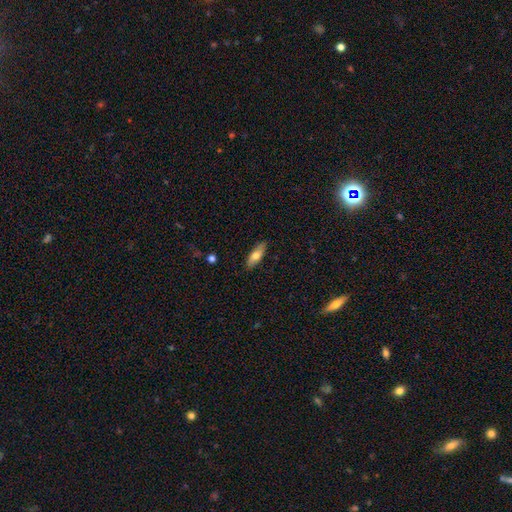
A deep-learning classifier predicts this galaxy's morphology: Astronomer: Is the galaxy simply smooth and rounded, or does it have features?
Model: smooth — 68%.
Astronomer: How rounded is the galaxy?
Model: in between — 56% (runner-up: cigar-shaped, 42%).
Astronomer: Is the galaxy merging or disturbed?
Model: none — 88%.